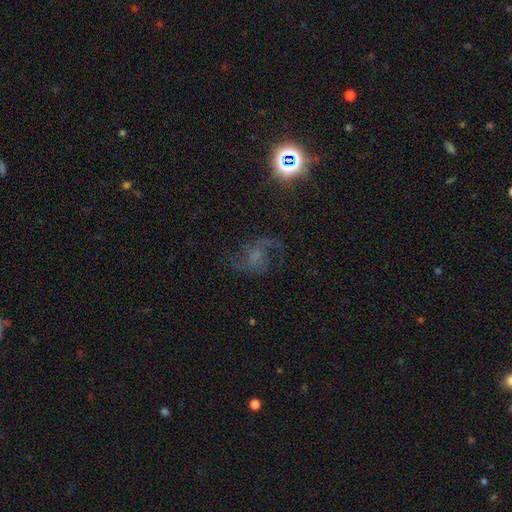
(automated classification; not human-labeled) Overall: featured or disk (66%). Edge-on disk: no (97%). Bar: no (54%; weak 38%). Spiral arms: yes (92%). Spiral arm count: 2 (75%). Spiral winding: medium (45%; loose 44%). Bulge size: small (38%; moderate 30%). Merging: none (63%).